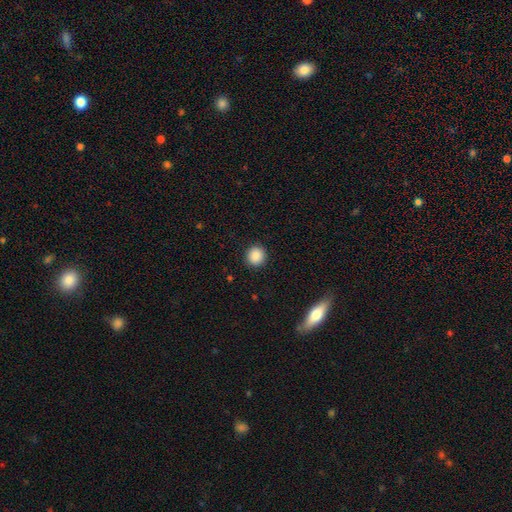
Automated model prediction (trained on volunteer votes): A smooth galaxy with no disk features (88%) that is round (91%).

Vote fractions:
- Smooth or featured? smooth: 88% / star or artifact: 8% / featured or disk: 3%
- How rounded? round: 91% / in between: 8% / cigar-shaped: 1%
- Merging? none: 91% / minor disturbance: 6% / major disturbance: 2% / merger: 1%